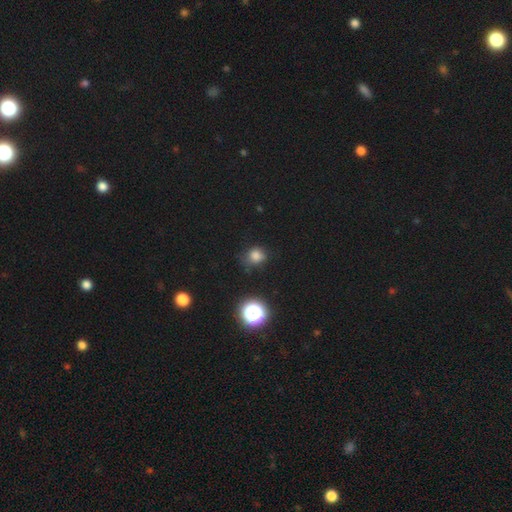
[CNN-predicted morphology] A smooth galaxy with no disk features (77%) that is round (74%).

Vote fractions:
- Smooth or featured? smooth: 77% / star or artifact: 17% / featured or disk: 6%
- How rounded? round: 74% / in between: 25% / cigar-shaped: 1%
- Merging? none: 67% / minor disturbance: 23% / major disturbance: 7% / merger: 2%